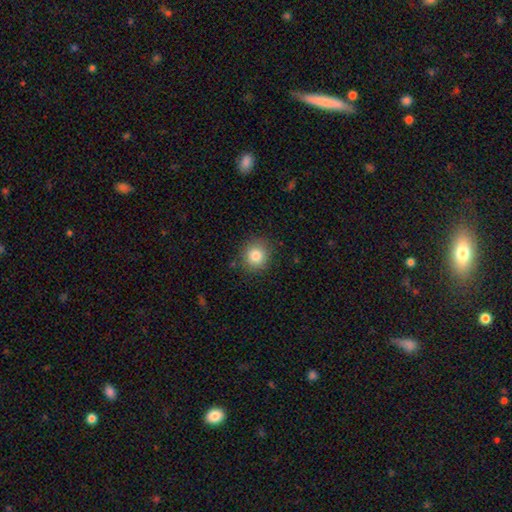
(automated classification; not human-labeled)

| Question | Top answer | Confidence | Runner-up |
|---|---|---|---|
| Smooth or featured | smooth | 82% | star or artifact (11%) |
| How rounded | round | 90% | in between (9%) |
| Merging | none | 86% | minor disturbance (9%) |